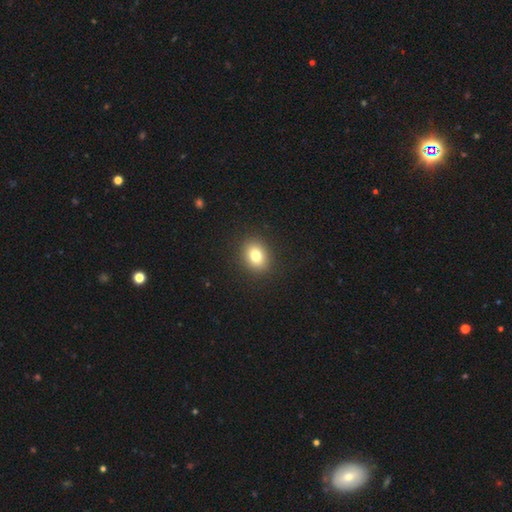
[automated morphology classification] The model was most divided on "how rounded": in between: 50%, round: 49%, cigar-shaped: 1%. More confident: merging — none (90%); smooth or featured — smooth (80%).